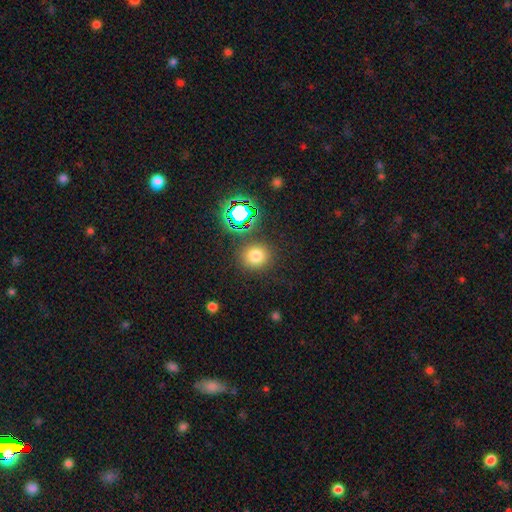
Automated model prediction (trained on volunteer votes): Morphology: type=smooth (73%); roundness=round (85%); merging=none (84%).